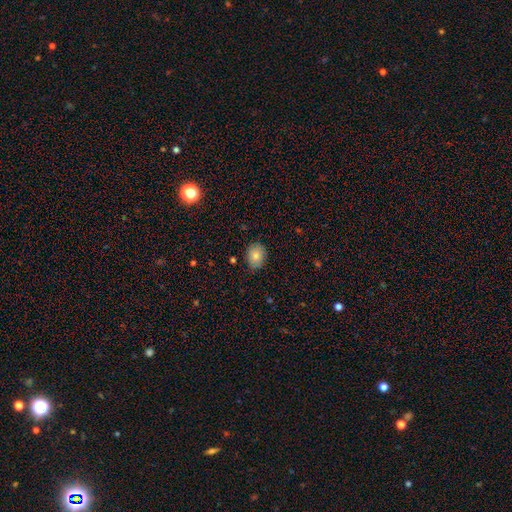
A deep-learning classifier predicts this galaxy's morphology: smooth 81%, featured or disk 10%, star or artifact 8%. Down the decision tree: how rounded — in between (61%); merging — none (83%).